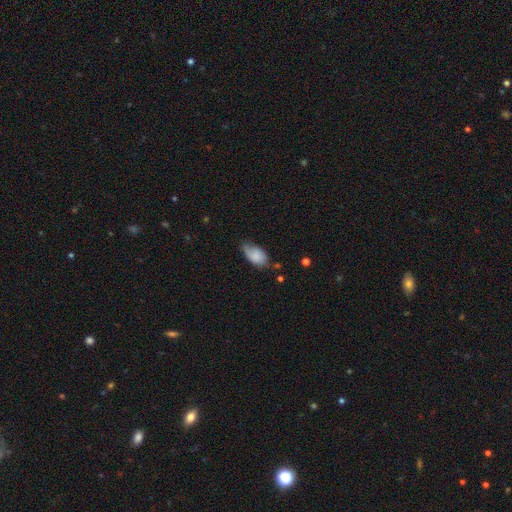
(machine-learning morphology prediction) Smooth or featured: smooth — 79% (featured or disk — 14%)
How rounded: in between — 92% (round — 5%)
Merging: none — 48% (minor disturbance — 37%)